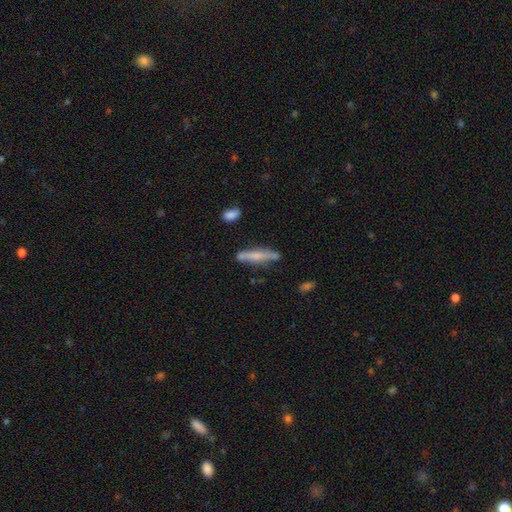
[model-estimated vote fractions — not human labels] Overall: smooth (54%; featured or disk 39%). How rounded: cigar-shaped (86%). Merging: none (74%).